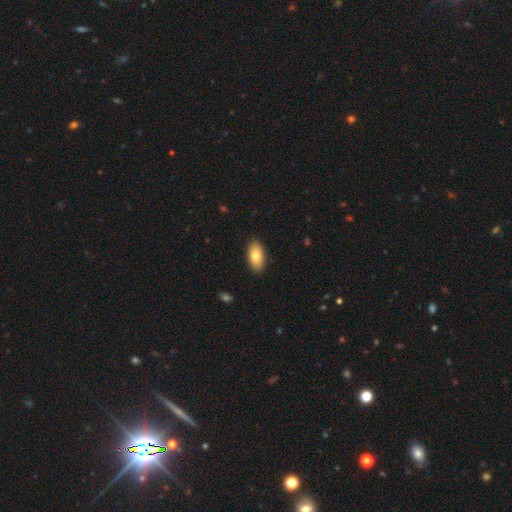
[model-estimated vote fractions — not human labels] Q: Smooth or featured?
A: smooth (80%); runner-up: featured or disk (14%)
Q: How rounded?
A: in between (92%); runner-up: cigar-shaped (5%)
Q: Merging?
A: none (89%); runner-up: minor disturbance (8%)